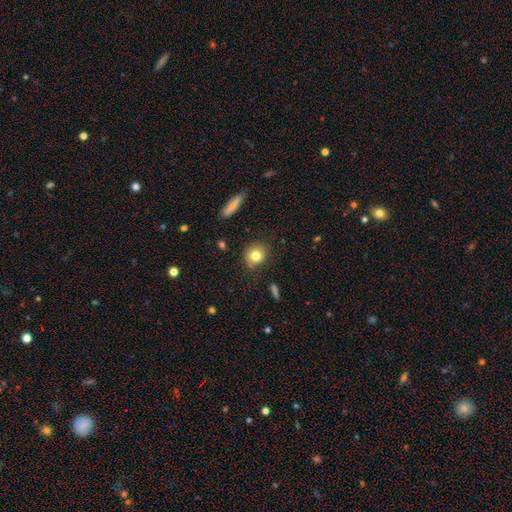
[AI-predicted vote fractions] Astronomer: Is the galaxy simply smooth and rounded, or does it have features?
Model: smooth — 80%.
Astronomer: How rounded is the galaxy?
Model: round — 81%.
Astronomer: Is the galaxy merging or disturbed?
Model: none — 84%.